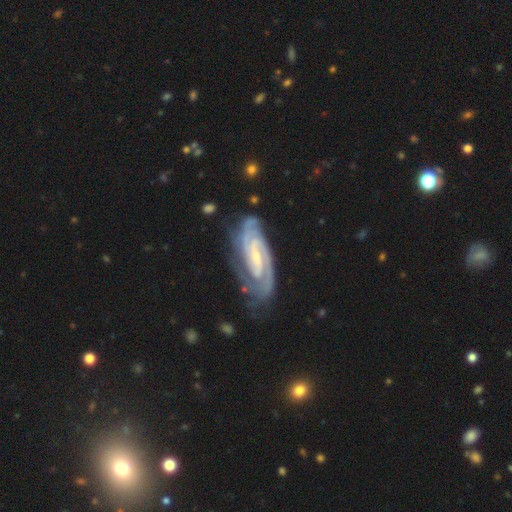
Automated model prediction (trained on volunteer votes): smooth_or_featured: featured or disk (p=0.91) [alt: smooth p=0.04]
disk_edge_on: no (p=0.95) [alt: yes p=0.05]
bar: weak (p=0.44) [alt: no p=0.30]
has_spiral_arms: yes (p=0.98) [alt: no p=0.02]
spiral_winding: tight (p=0.64) [alt: medium p=0.31]
spiral_arm_count: 2 (p=0.47) [alt: 3 p=0.23]
bulge_size: small (p=0.68) [alt: moderate p=0.23]
merging: none (p=0.74) [alt: minor disturbance p=0.18]